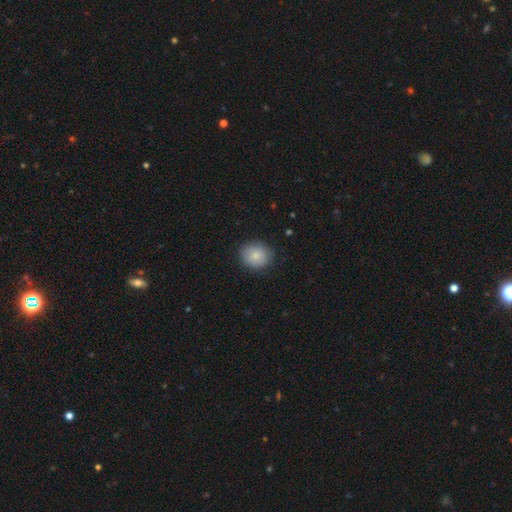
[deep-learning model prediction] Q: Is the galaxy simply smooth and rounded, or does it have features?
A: smooth — 82%.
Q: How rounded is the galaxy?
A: round — 81%.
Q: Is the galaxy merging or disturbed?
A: none — 85%.